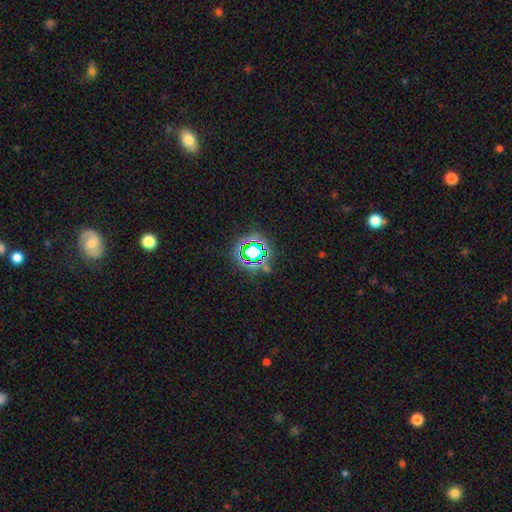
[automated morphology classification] Q: Smooth or featured?
A: star or artifact (66%); runner-up: smooth (22%)